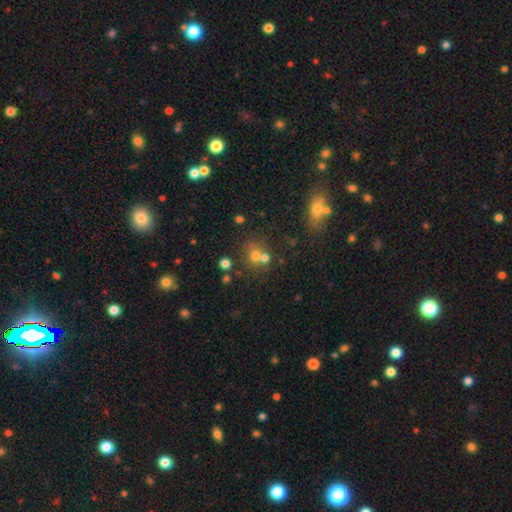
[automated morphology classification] Q: Smooth or featured?
A: smooth (63%); runner-up: star or artifact (21%)
Q: How rounded?
A: round (80%); runner-up: in between (19%)
Q: Merging?
A: none (49%); runner-up: merger (37%)